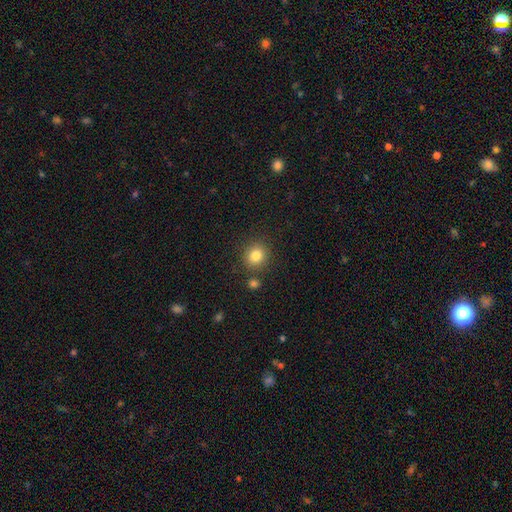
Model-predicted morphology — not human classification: A smooth galaxy with no disk features (83%) that is round (83%). Merging: none (84%).